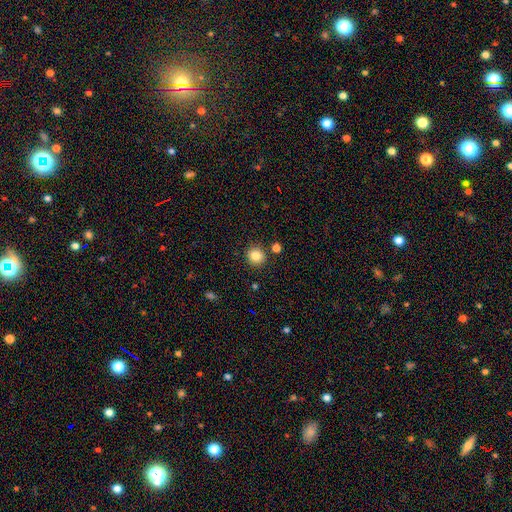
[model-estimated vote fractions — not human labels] This appears to be a smooth galaxy with no disk features (83%) that is round (92%). Merging: none (87%).